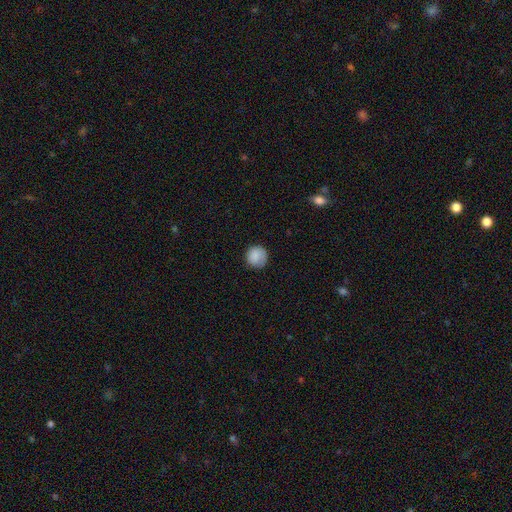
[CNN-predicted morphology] Smooth or featured: smooth — 87% (star or artifact — 8%)
How rounded: round — 92% (in between — 7%)
Merging: none — 82% (minor disturbance — 14%)